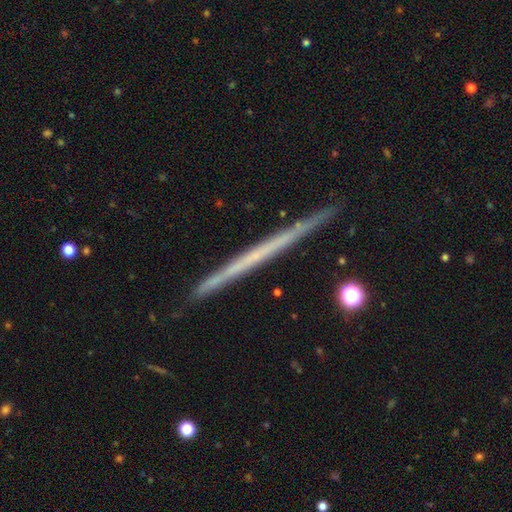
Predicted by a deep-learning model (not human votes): This appears to be a featured or disk galaxy (63%) viewed edge-on (98%) with no central bulge (94%). Merging: none (91%).